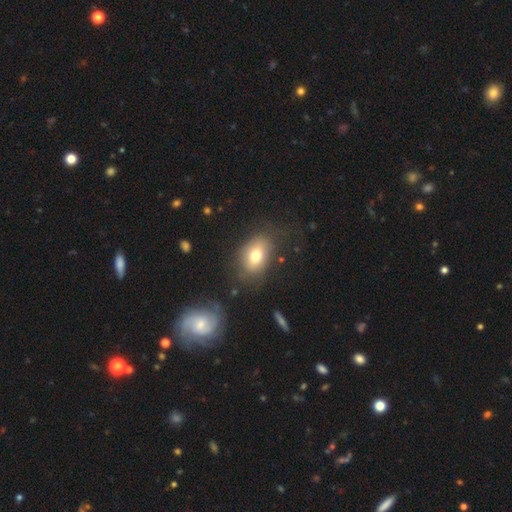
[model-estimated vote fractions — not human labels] smooth_or_featured: smooth (p=0.73) [alt: featured or disk p=0.17]
how_rounded: in between (p=0.79) [alt: round p=0.20]
merging: none (p=0.72) [alt: minor disturbance p=0.17]